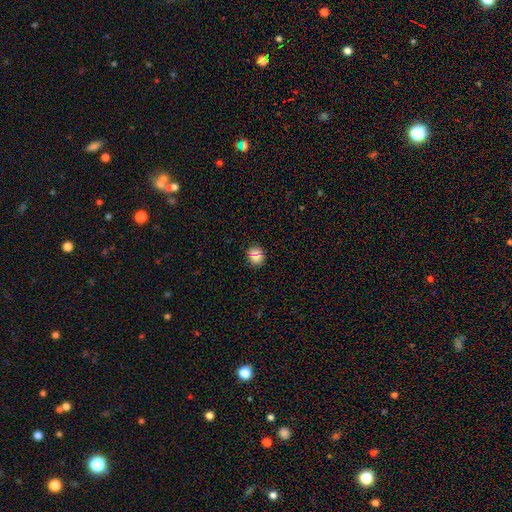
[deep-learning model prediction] Morphology: type=smooth (83%); roundness=round (79%); merging=none (84%).